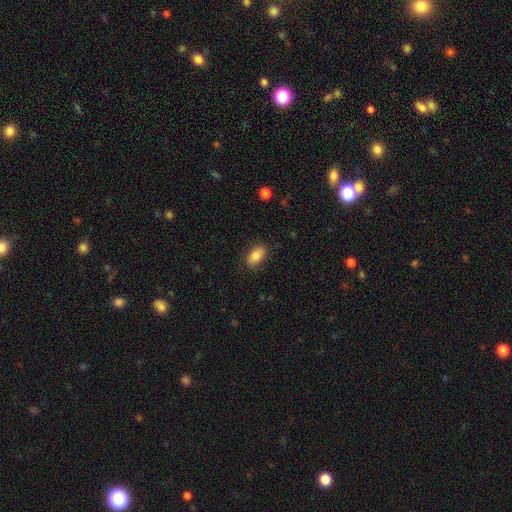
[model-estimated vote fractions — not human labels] A smooth galaxy with no disk features (84%) that is in between round and cigar-shaped (91%). Merging: none (82%).